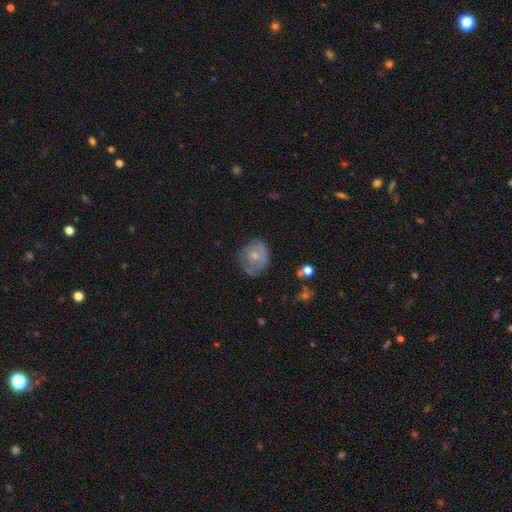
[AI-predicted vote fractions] Morphology: type=smooth (49%); merging=none (60%).